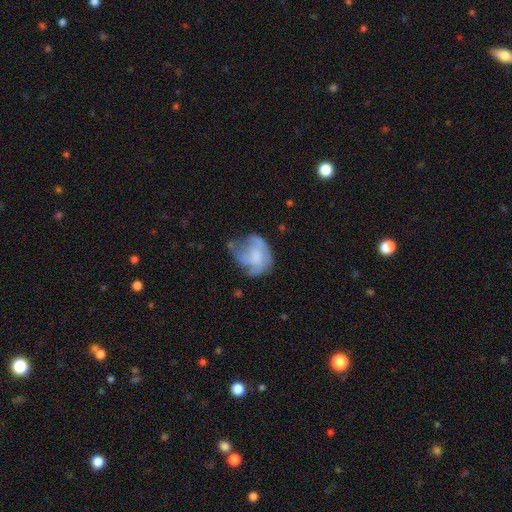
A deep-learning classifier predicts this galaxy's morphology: smooth_or_featured: featured or disk (p=0.50) [alt: smooth p=0.41]
merging: none (p=0.37) [alt: major disturbance p=0.31]